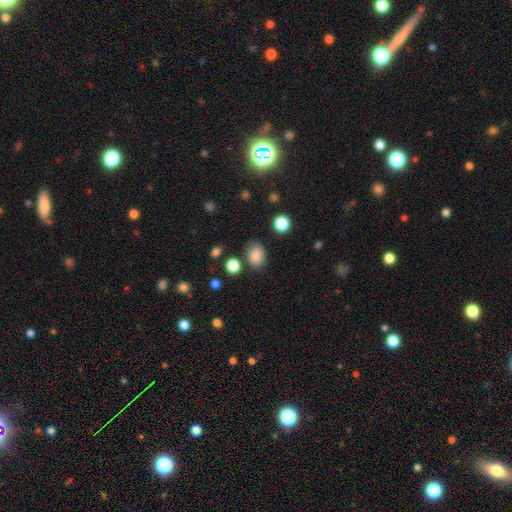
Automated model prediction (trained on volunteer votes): Smooth or featured: smooth — 85% (star or artifact — 10%)
How rounded: in between — 69% (round — 30%)
Merging: none — 78% (minor disturbance — 14%)